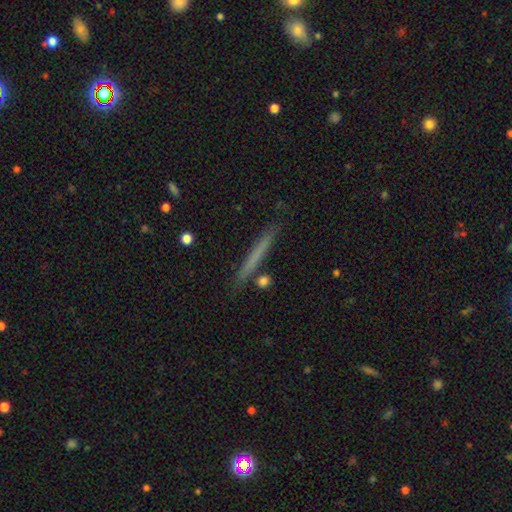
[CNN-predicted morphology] Smooth or featured?
  - smooth: 57% *
  - featured or disk: 37%
  - star or artifact: 7%
How rounded?
  - cigar-shaped: 96% *
  - in between: 2%
  - round: 2%
Merging?
  - none: 88% *
  - minor disturbance: 8%
  - merger: 2%
  - major disturbance: 2%